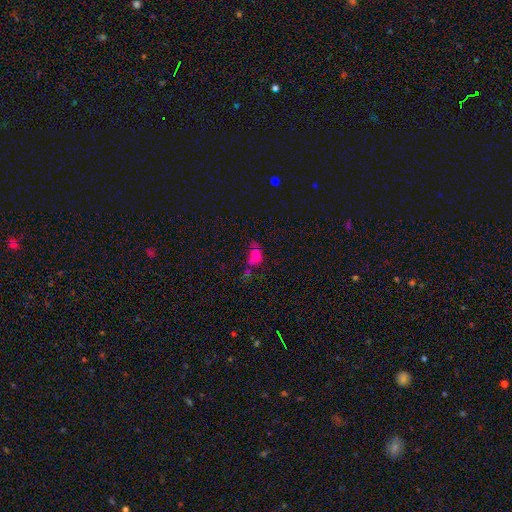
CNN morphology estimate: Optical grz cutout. It shows a smooth galaxy with no disk features (66%) that is in between round and cigar-shaped (59%). Merging: none (37%).